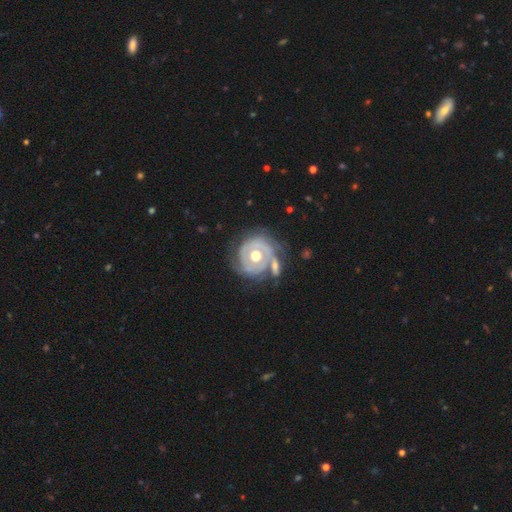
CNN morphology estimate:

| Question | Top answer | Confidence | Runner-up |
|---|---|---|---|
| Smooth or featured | featured or disk | 78% | smooth (18%) |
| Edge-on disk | no | 97% | yes (3%) |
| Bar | no | 84% | weak (12%) |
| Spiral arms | yes | 72% | no (28%) |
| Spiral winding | tight | 76% | medium (17%) |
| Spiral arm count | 2 | 37% | can't tell (32%) |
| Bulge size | moderate | 77% | large (15%) |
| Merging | none | 53% | minor disturbance (19%) |